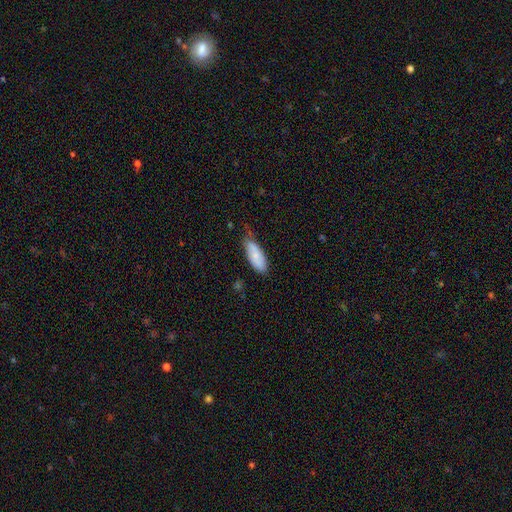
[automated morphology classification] Q: Smooth or featured?
A: smooth (79%); runner-up: featured or disk (16%)
Q: How rounded?
A: in between (77%); runner-up: cigar-shaped (21%)
Q: Merging?
A: none (63%); runner-up: minor disturbance (30%)